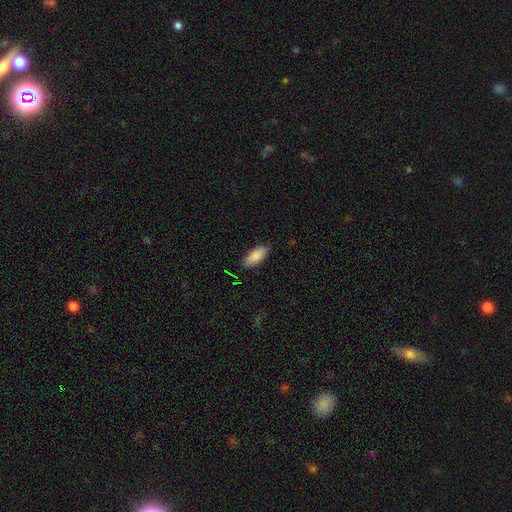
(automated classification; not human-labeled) The model was most divided on "how rounded": in between: 81%, cigar-shaped: 18%, round: 2%. More confident: smooth or featured — smooth (88%); merging — none (87%).